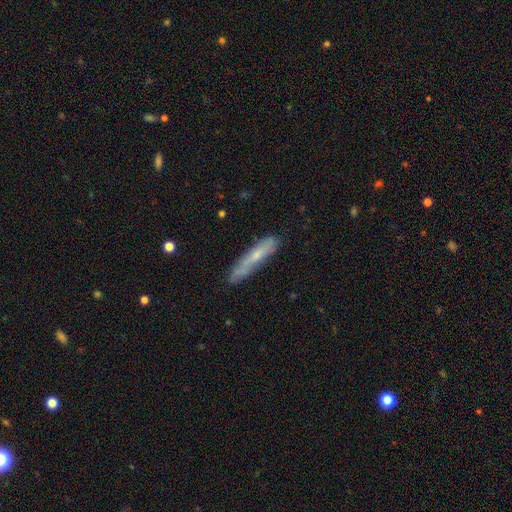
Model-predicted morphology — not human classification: Q: Smooth or featured?
A: smooth (53%); runner-up: featured or disk (40%)
Q: How rounded?
A: cigar-shaped (90%); runner-up: in between (8%)
Q: Merging?
A: none (74%); runner-up: minor disturbance (20%)